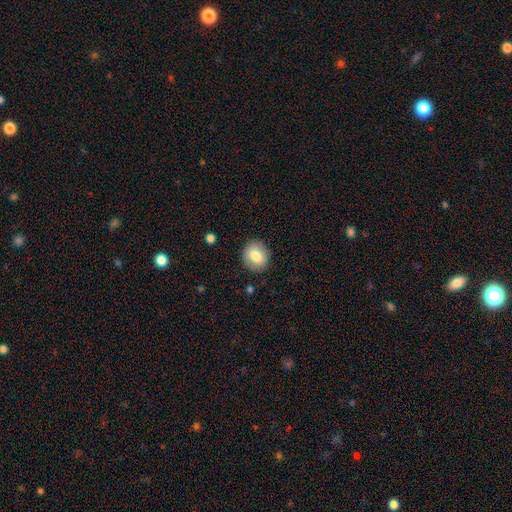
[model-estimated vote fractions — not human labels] Smooth or featured?
  - smooth: 78% *
  - featured or disk: 14%
  - star or artifact: 8%
How rounded?
  - round: 72% *
  - in between: 27%
  - cigar-shaped: 1%
Merging?
  - none: 87% *
  - minor disturbance: 9%
  - major disturbance: 3%
  - merger: 1%